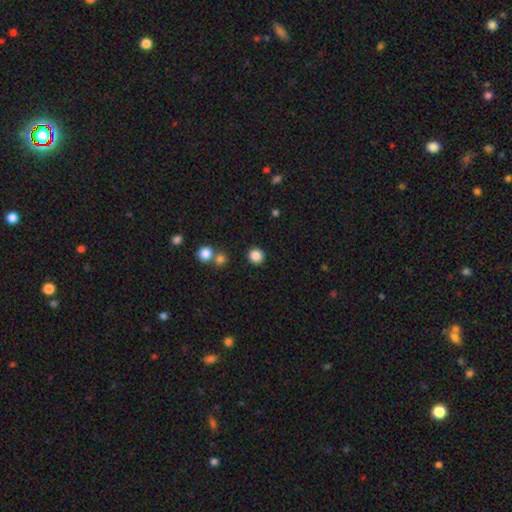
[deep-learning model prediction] Overall: smooth (86%). How rounded: round (92%). Merging: none (88%).